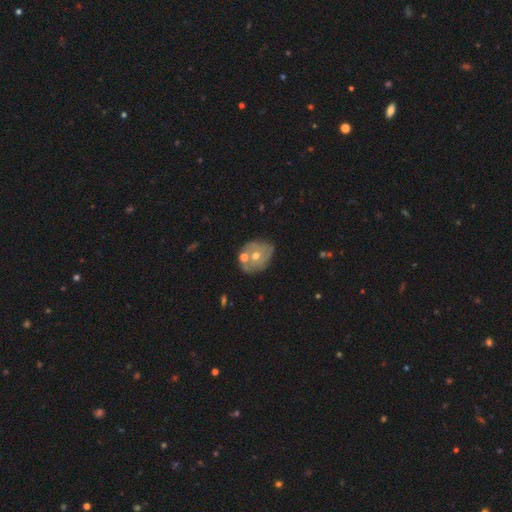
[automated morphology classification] Smooth or featured?
  - featured or disk: 54% *
  - smooth: 35%
  - star or artifact: 11%
Edge-on disk?
  - no: 95% *
  - yes: 5%
Bar?
  - no: 87% *
  - weak: 10%
  - strong: 3%
Spiral arms?
  - no: 66% *
  - yes: 34%
Bulge size?
  - moderate: 62% *
  - small: 35%
  - large: 2%
  - none: 1%
  - dominant: 1%
Merging?
  - none: 60% *
  - merger: 18%
  - minor disturbance: 17%
  - major disturbance: 5%